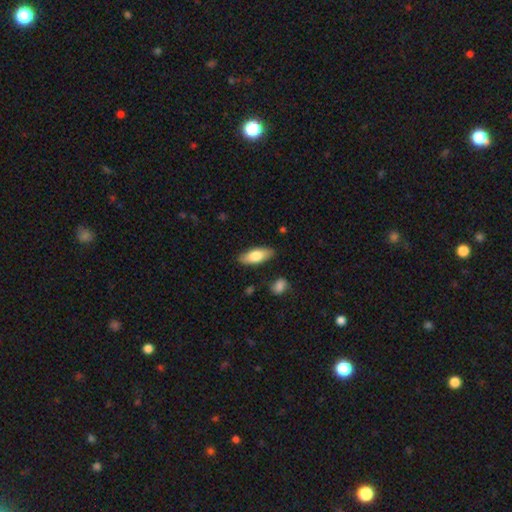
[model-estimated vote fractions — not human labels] A smooth galaxy with no disk features (75%) that is in between round and cigar-shaped (77%). Merging: none (85%).